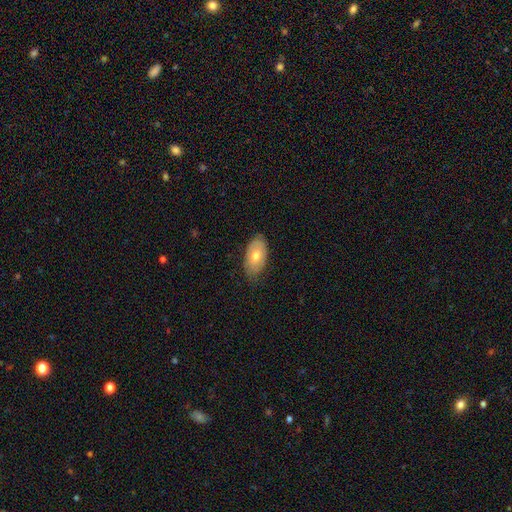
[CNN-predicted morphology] The model was most divided on "smooth or featured": smooth: 66%, featured or disk: 28%, star or artifact: 7%. More confident: how rounded — in between (93%); merging — none (79%).